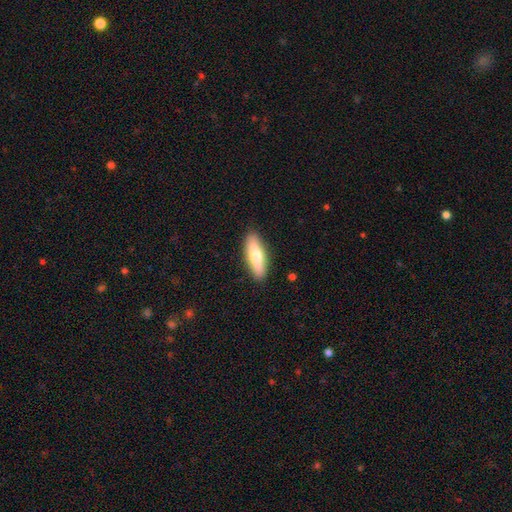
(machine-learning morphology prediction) smooth 57%, featured or disk 37%, star or artifact 6%. Down the decision tree: how rounded — cigar-shaped (52%); merging — none (89%).